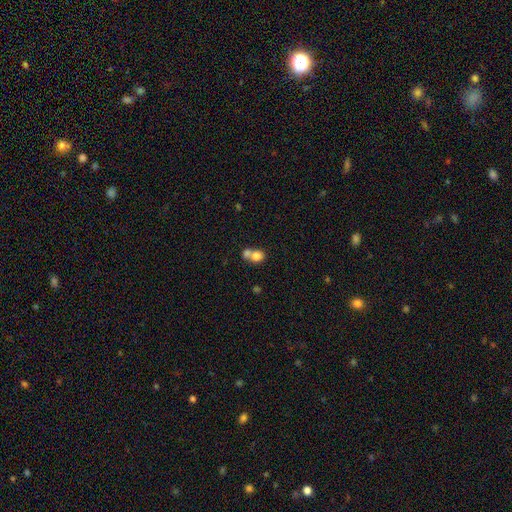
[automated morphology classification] This is likely a smooth galaxy (78%). How rounded: likely round (65%). Merging: likely merger (62%).